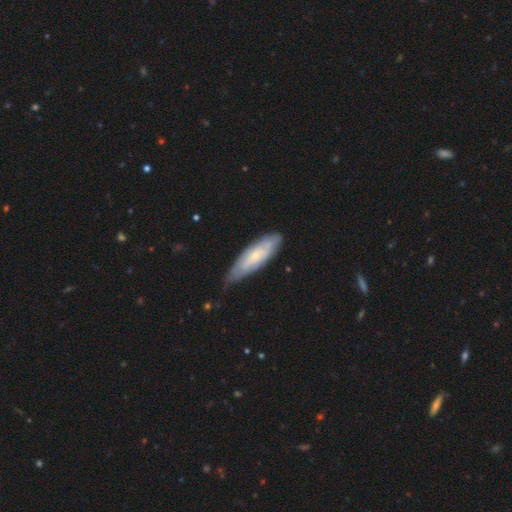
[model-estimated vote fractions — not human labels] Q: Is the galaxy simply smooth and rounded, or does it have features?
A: featured or disk — 54%.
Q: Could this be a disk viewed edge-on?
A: no — 72%.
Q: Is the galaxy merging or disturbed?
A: none — 68%.